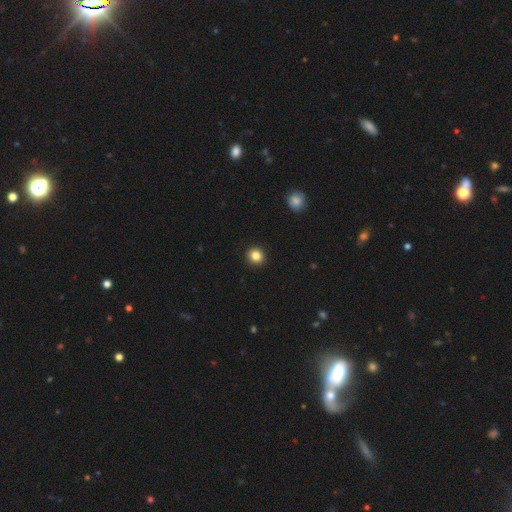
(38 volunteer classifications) smooth_or_featured: smooth (p=0.89) [alt: featured or disk p=0.05]
how_rounded: round (p=1.00)
merging: none (p=1.00)